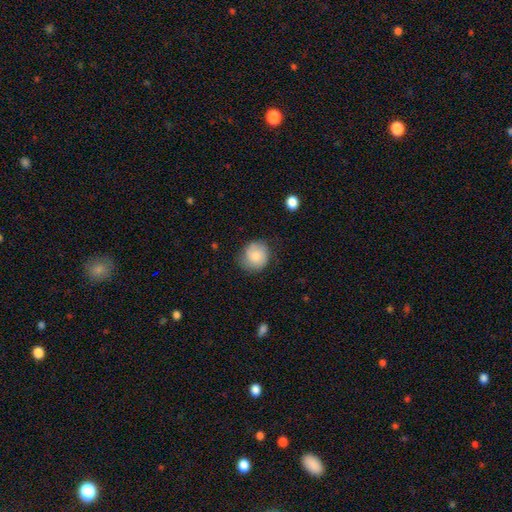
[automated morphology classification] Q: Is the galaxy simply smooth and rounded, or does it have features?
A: smooth — 73%.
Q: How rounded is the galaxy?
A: round — 86%.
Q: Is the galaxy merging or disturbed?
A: none — 75%.